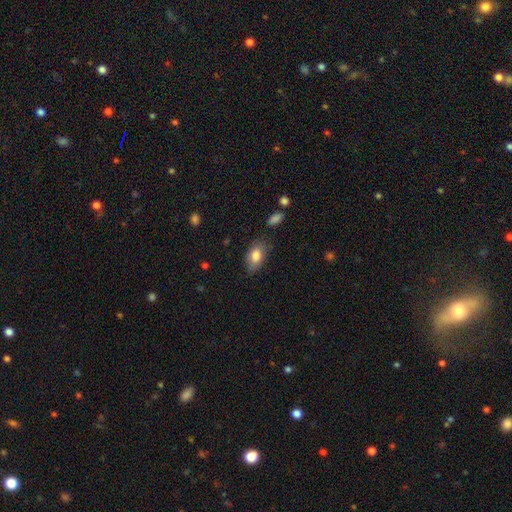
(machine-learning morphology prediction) type=smooth (81%); roundness=in between (90%); merging=none (73%).